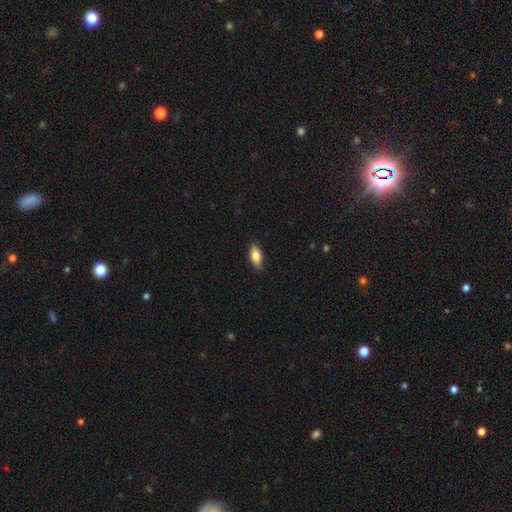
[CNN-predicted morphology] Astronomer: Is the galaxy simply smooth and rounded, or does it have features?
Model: smooth — 82%.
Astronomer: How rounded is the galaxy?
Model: in between — 81%.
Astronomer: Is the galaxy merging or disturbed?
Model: none — 86%.